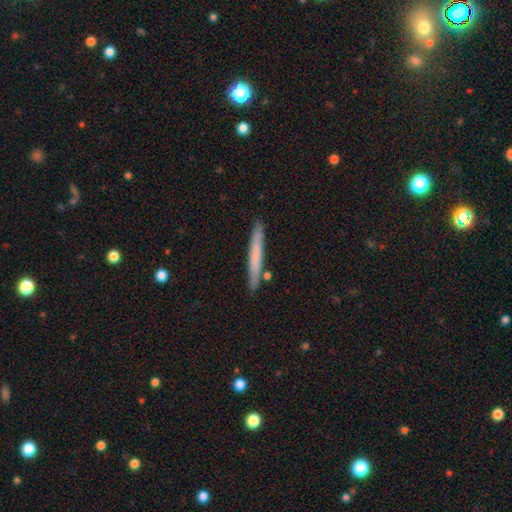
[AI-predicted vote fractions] Smooth or featured? smooth (65%)
How rounded? cigar-shaped (97%)
Merging? none (88%)